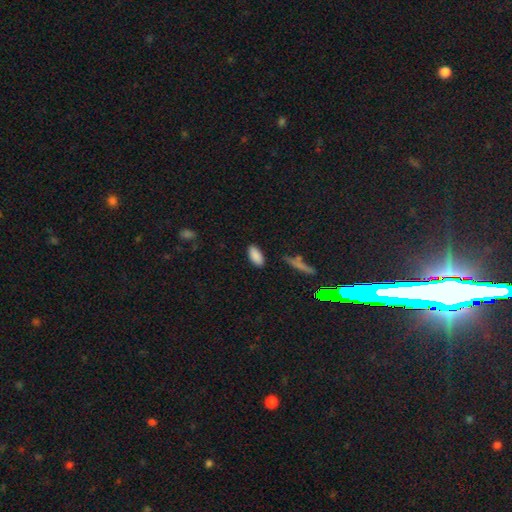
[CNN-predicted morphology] Smooth or featured? Predicted: smooth (p=0.87). How rounded? Predicted: in between (p=0.91). Merging? Predicted: none (p=0.85).